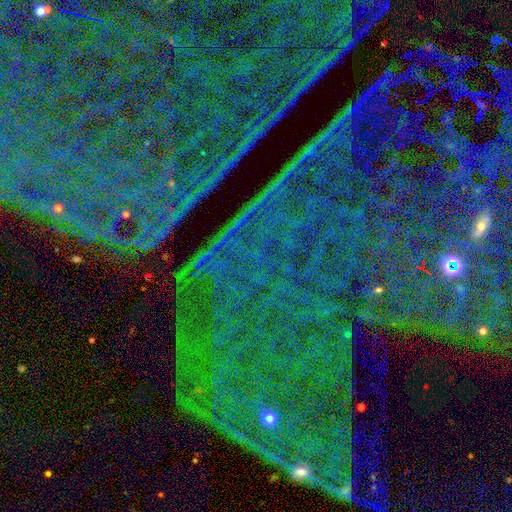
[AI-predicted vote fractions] A star or artifact, not a galaxy (87%).